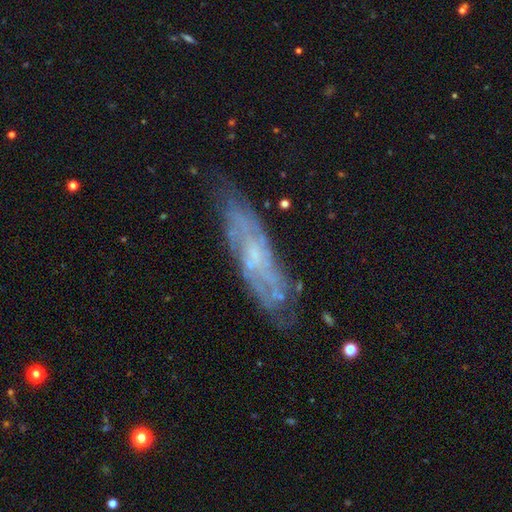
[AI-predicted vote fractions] The model was most divided on "edge-on disk": no: 67%, yes: 33%. More confident: merging — none (71%); smooth or featured — featured or disk (68%).